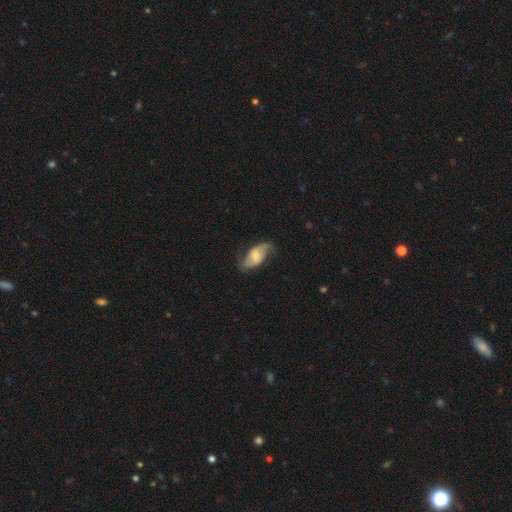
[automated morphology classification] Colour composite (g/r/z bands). It shows a featured or disk galaxy (63%) with no bar (44%), 2 (88%) loose (66%) spiral arms (88%) and a moderate central bulge (46%). Merging: none (67%).